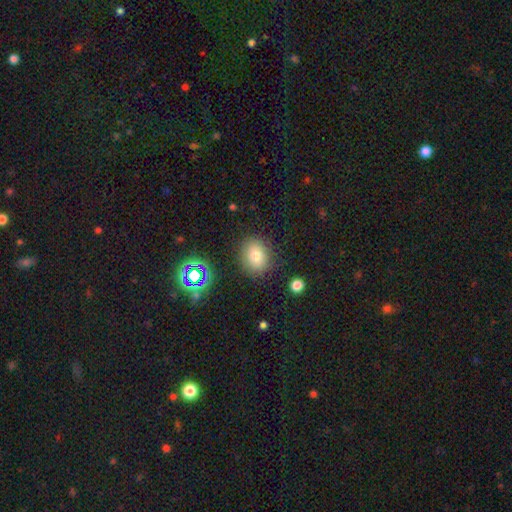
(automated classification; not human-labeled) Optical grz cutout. It shows a smooth galaxy with no disk features (76%) that is round (55%). Merging: none (84%).